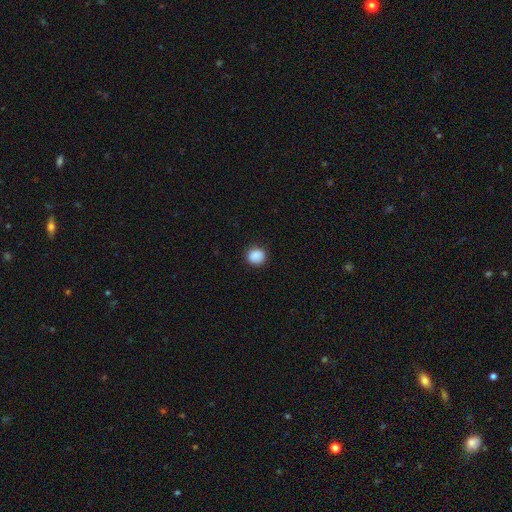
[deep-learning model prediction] smooth_or_featured: smooth (p=0.89) [alt: star or artifact p=0.09]
how_rounded: round (p=0.87) [alt: in between p=0.12]
merging: none (p=0.90) [alt: minor disturbance p=0.07]